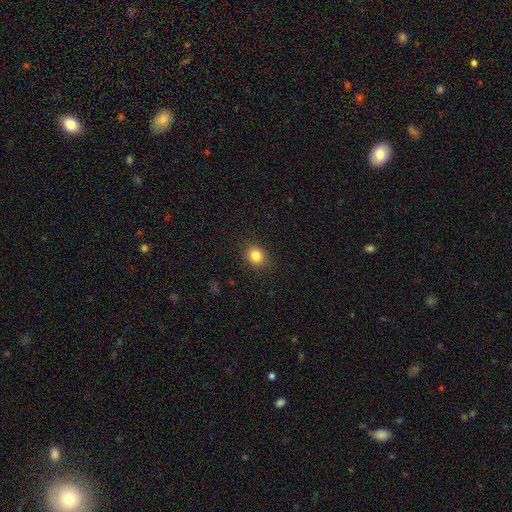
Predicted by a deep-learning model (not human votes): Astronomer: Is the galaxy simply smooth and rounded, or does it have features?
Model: smooth — 84%.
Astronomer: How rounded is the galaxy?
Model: round — 68%.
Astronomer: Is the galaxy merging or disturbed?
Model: none — 88%.